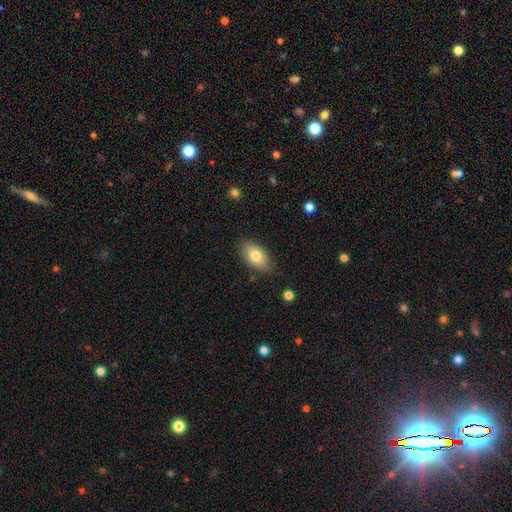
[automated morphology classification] A smooth galaxy with no disk features (77%) that is in between round and cigar-shaped (92%). Merging: none (82%).